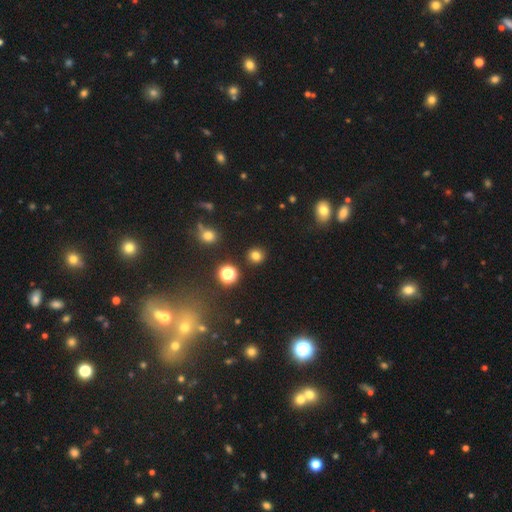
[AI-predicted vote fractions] smooth 77%, star or artifact 17%, featured or disk 6%. Down the decision tree: how rounded — round (87%); merging — none (89%).